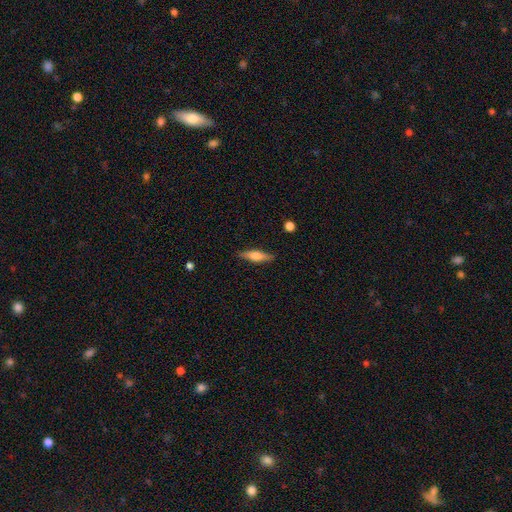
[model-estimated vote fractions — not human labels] Smooth or featured: smooth — 55% (featured or disk — 38%)
How rounded: cigar-shaped — 61% (in between — 36%)
Merging: none — 86% (minor disturbance — 10%)